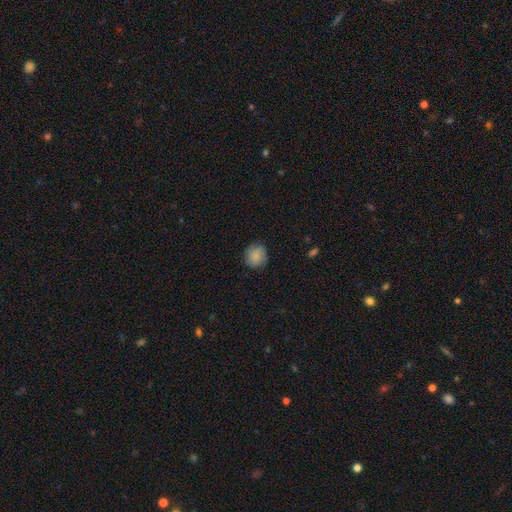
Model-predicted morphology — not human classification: Smooth or featured? smooth (80%)
How rounded? round (81%)
Merging? none (79%)